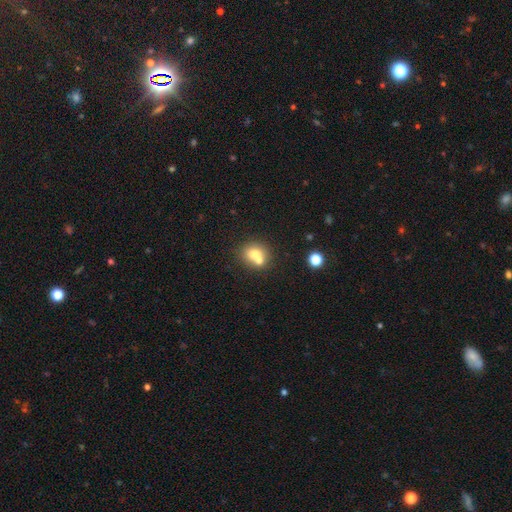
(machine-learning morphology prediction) smooth 70%, featured or disk 19%, star or artifact 11%. Down the decision tree: how rounded — round (68%); merging — merger (52%).